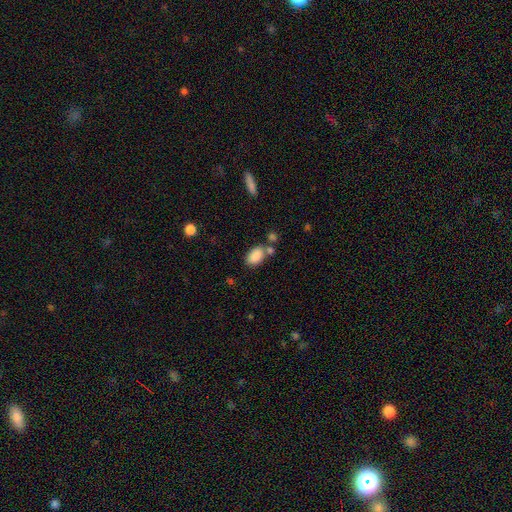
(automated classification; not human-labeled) Smooth or featured? smooth (87%)
How rounded? in between (90%)
Merging? none (64%)